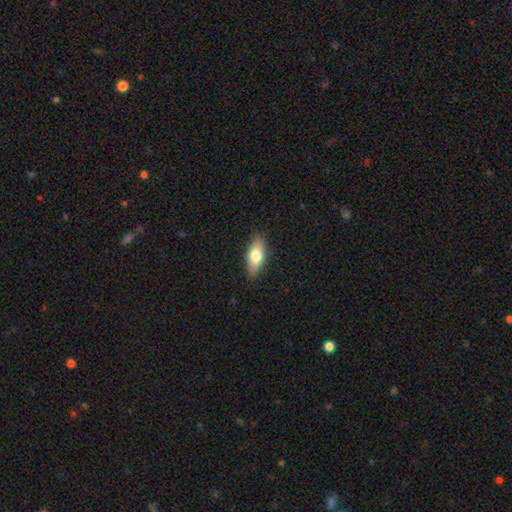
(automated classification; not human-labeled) smooth-or-featured: smooth: 71% | featured or disk: 22% | star or artifact: 7%
  how-rounded: in between: 77% | cigar-shaped: 19% | round: 3%
  merging: none: 86% | minor disturbance: 11% | major disturbance: 2% | merger: 1%